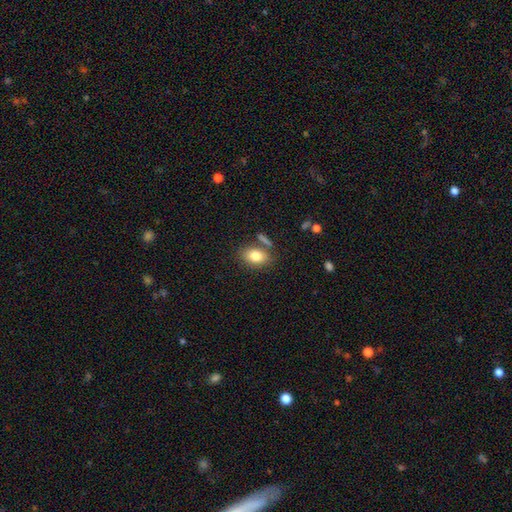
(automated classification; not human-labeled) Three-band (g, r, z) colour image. It shows a smooth galaxy with no disk features (80%) that is in between round and cigar-shaped (84%). Merging: none (71%).